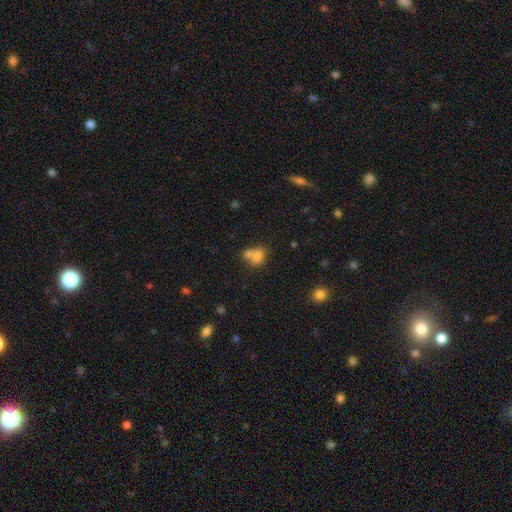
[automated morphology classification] Smooth or featured? Predicted: smooth (p=0.73). How rounded? Predicted: in between (p=0.56). Merging? Predicted: merger (p=0.58).